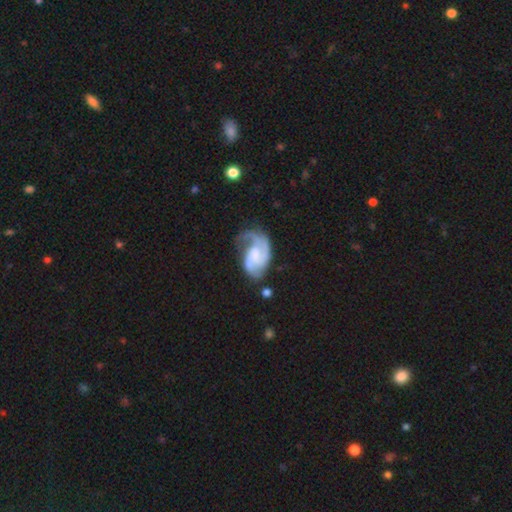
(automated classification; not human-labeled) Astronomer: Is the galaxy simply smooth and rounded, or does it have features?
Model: featured or disk — 83%.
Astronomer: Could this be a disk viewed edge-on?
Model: no — 98%.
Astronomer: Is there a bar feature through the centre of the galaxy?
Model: no — 51% (runner-up: weak, 39%).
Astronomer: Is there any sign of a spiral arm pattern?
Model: yes — 95%.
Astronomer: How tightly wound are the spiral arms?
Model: medium — 48% (runner-up: loose, 29%).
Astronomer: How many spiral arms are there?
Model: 2 — 60%.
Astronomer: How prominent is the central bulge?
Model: none — 34% (runner-up: moderate, 27%).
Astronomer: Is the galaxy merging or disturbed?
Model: none — 46% (runner-up: major disturbance, 26%).